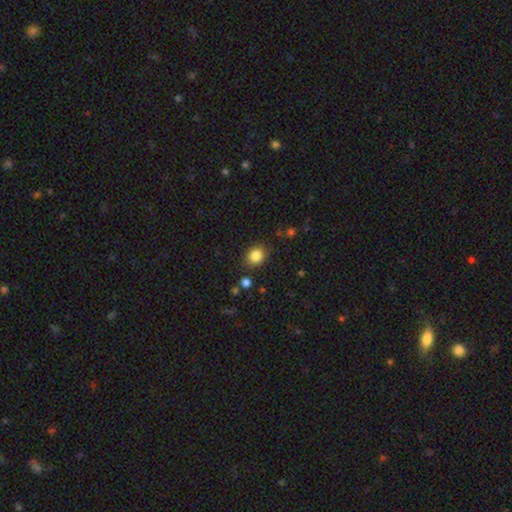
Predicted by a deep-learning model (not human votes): smooth_or_featured: smooth (p=0.85) [alt: star or artifact p=0.10]
how_rounded: round (p=0.61) [alt: in between p=0.38]
merging: none (p=0.83) [alt: minor disturbance p=0.11]